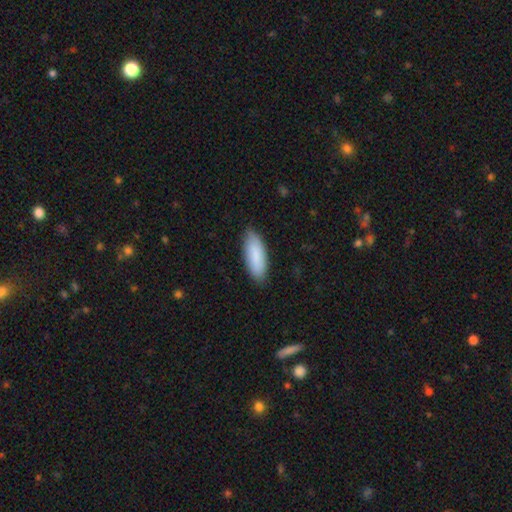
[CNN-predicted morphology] Q: Smooth or featured?
A: smooth (86%); runner-up: featured or disk (8%)
Q: How rounded?
A: in between (72%); runner-up: cigar-shaped (26%)
Q: Merging?
A: none (84%); runner-up: minor disturbance (13%)